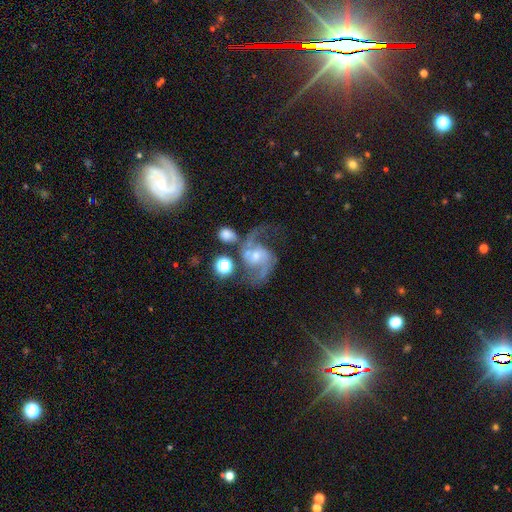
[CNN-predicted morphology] Smooth or featured?
  - featured or disk: 88% *
  - star or artifact: 7%
  - smooth: 5%
Edge-on disk?
  - no: 98% *
  - yes: 2%
Bar?
  - no: 46% *
  - weak: 42%
  - strong: 12%
Spiral arms?
  - yes: 97% *
  - no: 3%
Spiral winding?
  - medium: 50% *
  - loose: 41%
  - tight: 9%
Spiral arm count?
  - 2: 92% *
  - can't tell: 2%
  - 1: 2%
  - 3: 1%
  - 4: 1%
  - more than 4: 1%
Bulge size?
  - small: 49% *
  - moderate: 41%
  - none: 5%
  - large: 4%
  - dominant: 1%
Merging?
  - none: 56% *
  - minor disturbance: 17%
  - major disturbance: 14%
  - merger: 12%